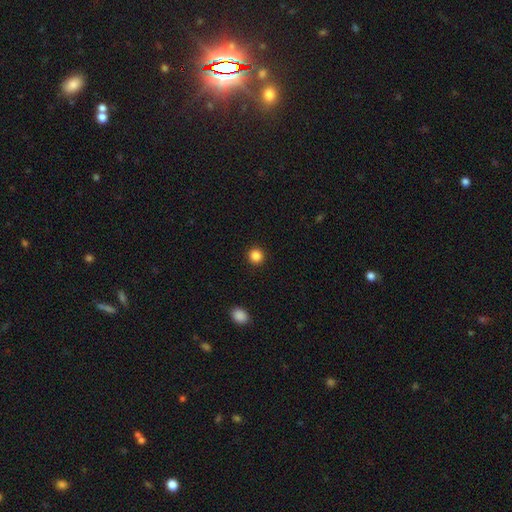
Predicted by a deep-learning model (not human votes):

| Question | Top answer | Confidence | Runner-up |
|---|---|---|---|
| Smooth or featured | smooth | 85% | star or artifact (11%) |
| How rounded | round | 94% | in between (5%) |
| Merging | none | 93% | minor disturbance (4%) |